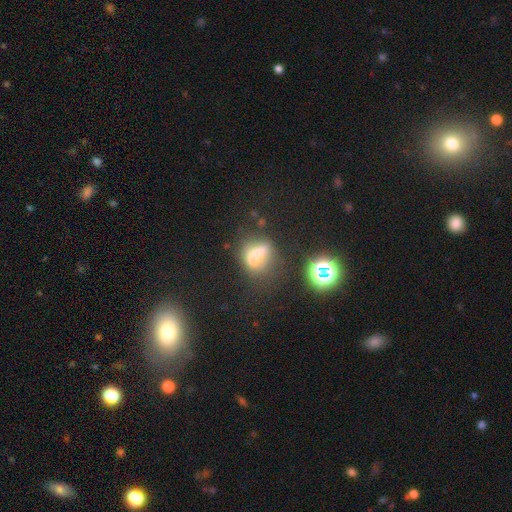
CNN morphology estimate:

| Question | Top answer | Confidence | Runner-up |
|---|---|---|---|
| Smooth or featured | smooth | 51% | featured or disk (30%) |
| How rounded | in between | 51% | round (32%) |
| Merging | none | 41% | merger (22%) |